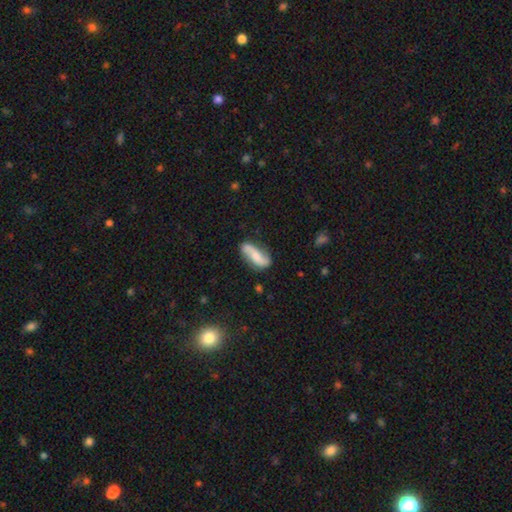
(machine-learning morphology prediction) The model was most divided on "smooth or featured": featured or disk: 52%, smooth: 42%, star or artifact: 7%. More confident: edge-on disk — no (89%); merging — none (72%).